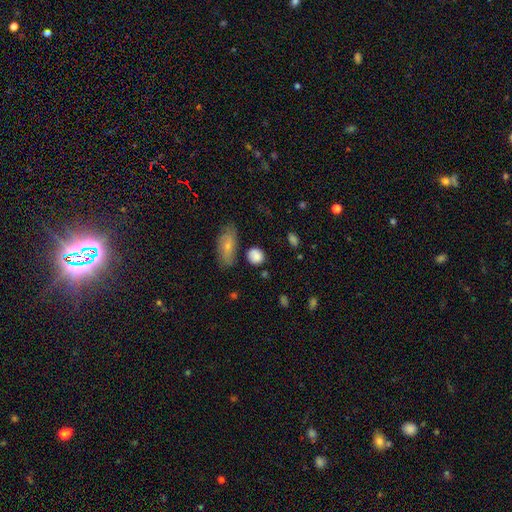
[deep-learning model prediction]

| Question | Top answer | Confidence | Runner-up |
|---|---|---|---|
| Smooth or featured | smooth | 84% | star or artifact (9%) |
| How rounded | round | 76% | in between (21%) |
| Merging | none | 76% | minor disturbance (14%) |